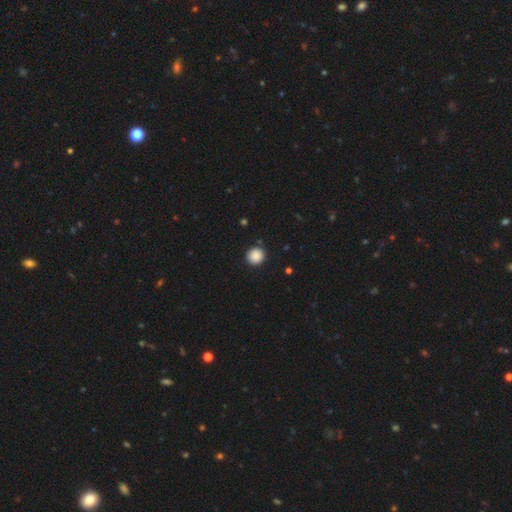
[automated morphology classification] A smooth galaxy with no disk features (88%) that is round (91%). Merging: none (91%).